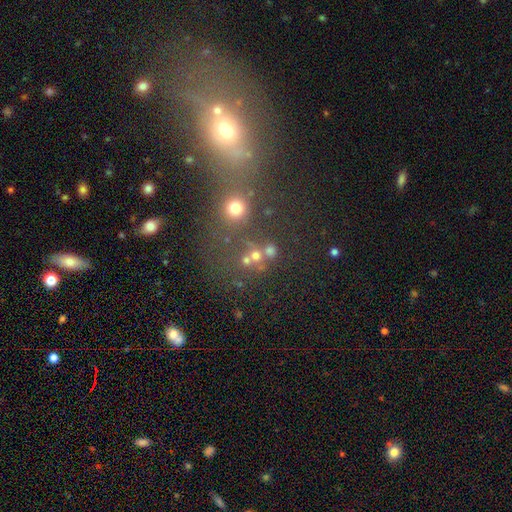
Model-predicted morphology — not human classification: Smooth or featured: smooth — 55% (star or artifact — 31%)
How rounded: round — 80% (in between — 18%)
Merging: none — 55% (merger — 27%)